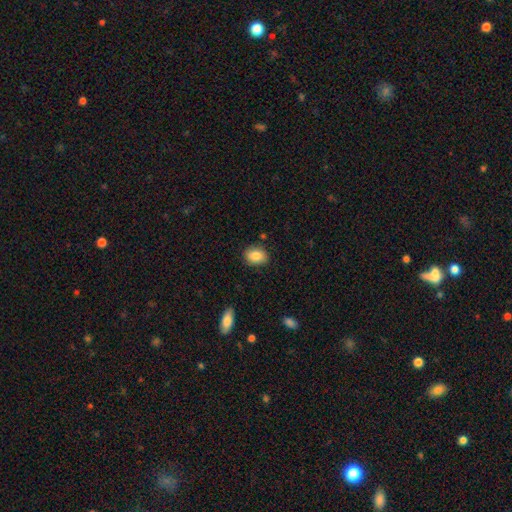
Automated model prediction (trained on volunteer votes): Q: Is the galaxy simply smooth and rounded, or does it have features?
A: smooth — 85%.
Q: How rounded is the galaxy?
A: in between — 64%.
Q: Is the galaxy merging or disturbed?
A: none — 85%.